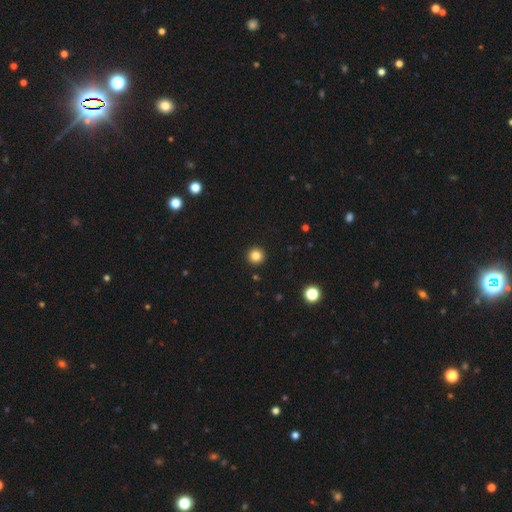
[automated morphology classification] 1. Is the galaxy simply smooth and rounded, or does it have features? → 83% smooth, 12% star or artifact, 5% featured or disk.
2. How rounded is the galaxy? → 96% round, 3% in between, 1% cigar-shaped.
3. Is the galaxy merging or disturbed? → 93% none, 4% minor disturbance, 1% major disturbance, 1% merger.